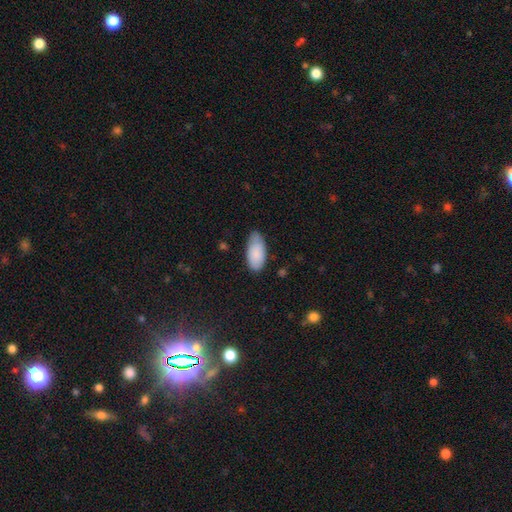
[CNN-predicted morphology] A smooth galaxy with no disk features (86%) that is in between round and cigar-shaped (93%). Merging: none (69%).